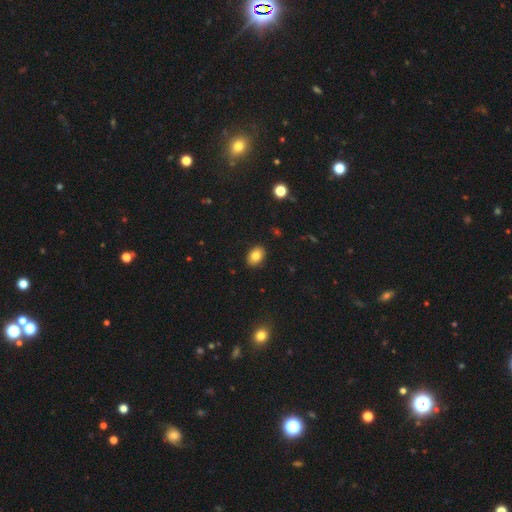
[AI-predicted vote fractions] Q: Smooth or featured?
A: smooth (83%); runner-up: star or artifact (9%)
Q: How rounded?
A: in between (78%); runner-up: round (21%)
Q: Merging?
A: none (89%); runner-up: minor disturbance (8%)